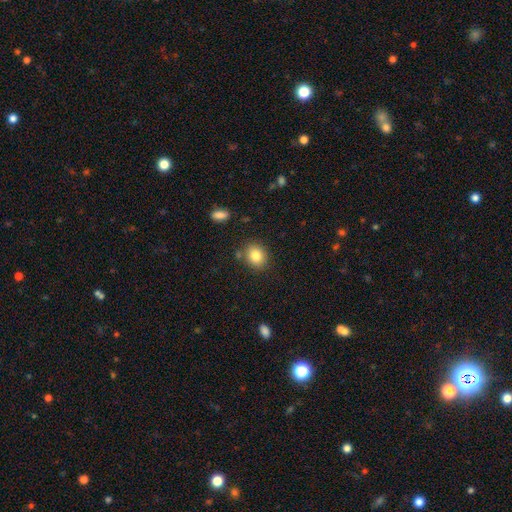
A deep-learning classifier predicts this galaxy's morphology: Smooth or featured? Predicted: smooth (p=0.82). How rounded? Predicted: round (p=0.62). Merging? Predicted: none (p=0.82).